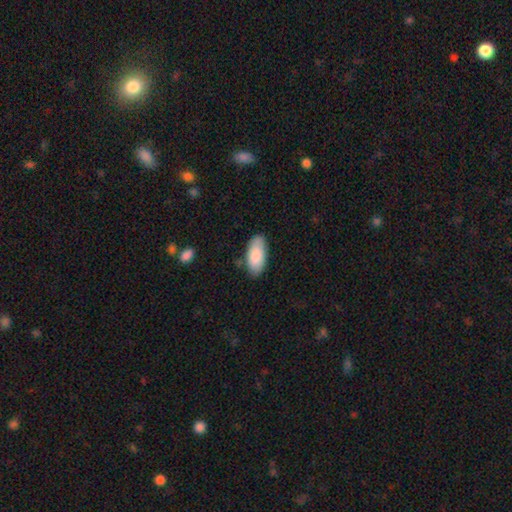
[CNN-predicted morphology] This is clearly a smooth galaxy (87%). How rounded: clearly in between (90%). Merging: likely none (80%).